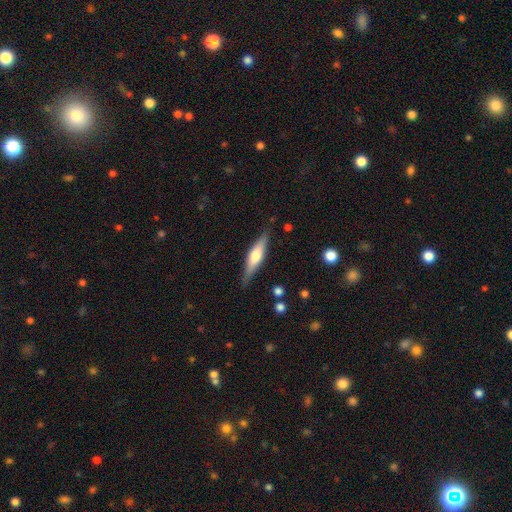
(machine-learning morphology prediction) Smooth or featured: featured or disk — 53% (smooth — 42%)
Edge-on disk: yes — 93% (no — 7%)
Merging: none — 84% (minor disturbance — 12%)